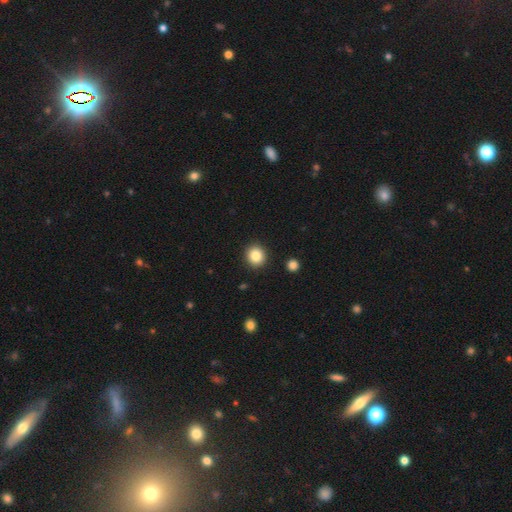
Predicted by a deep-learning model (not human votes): Overall: smooth (85%). How rounded: round (85%). Merging: none (91%).